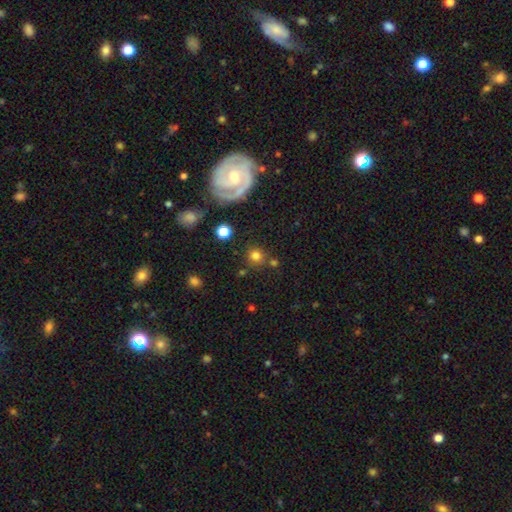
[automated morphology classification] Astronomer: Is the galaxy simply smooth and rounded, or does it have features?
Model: smooth — 73%.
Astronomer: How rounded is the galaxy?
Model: round — 90%.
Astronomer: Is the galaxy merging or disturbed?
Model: none — 78%.